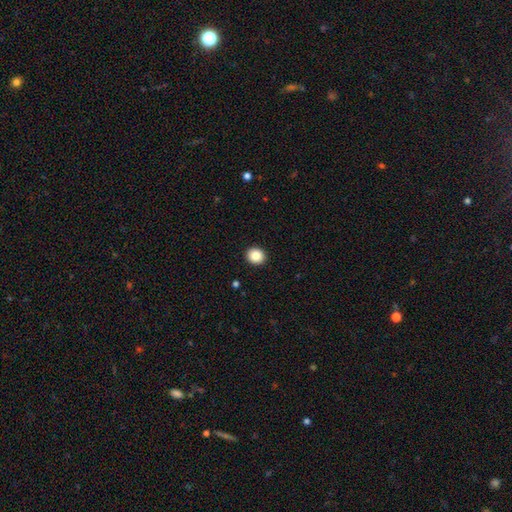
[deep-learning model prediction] The model was most divided on "how rounded": round: 80%, in between: 19%, cigar-shaped: 1%. More confident: merging — none (93%); smooth or featured — smooth (86%).